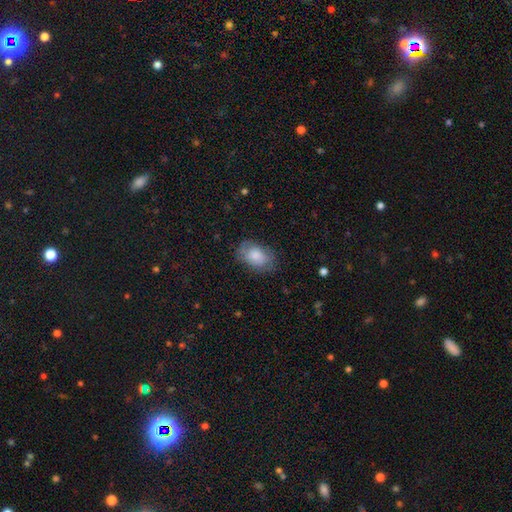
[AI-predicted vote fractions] Overall: smooth (74%). How rounded: in between (85%). Merging: none (67%).